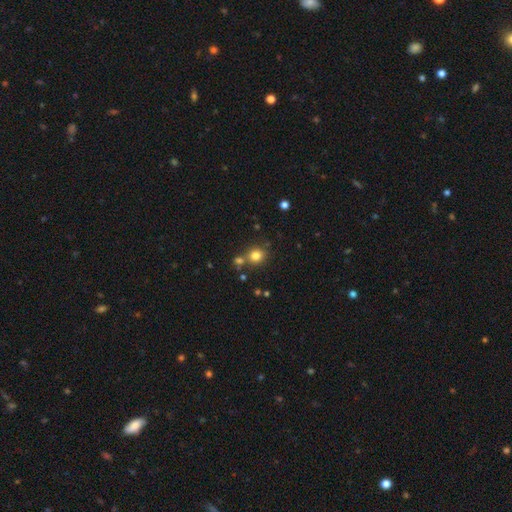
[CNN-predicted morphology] smooth-or-featured: smooth: 79% | star or artifact: 14% | featured or disk: 7%
  how-rounded: round: 83% | in between: 16% | cigar-shaped: 1%
  merging: none: 69% | merger: 17% | minor disturbance: 10% | major disturbance: 3%